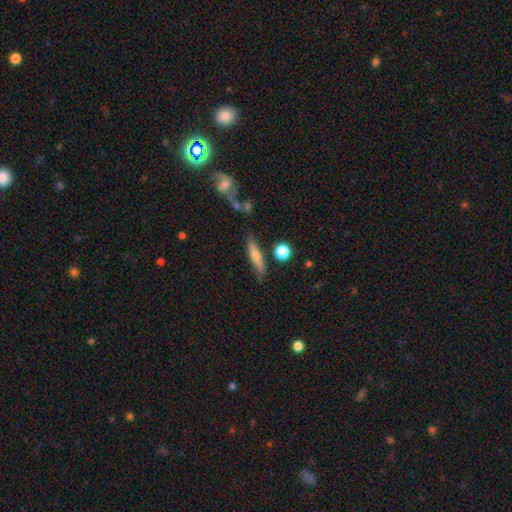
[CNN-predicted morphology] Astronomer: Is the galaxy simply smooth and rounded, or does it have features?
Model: smooth — 54% (runner-up: featured or disk, 38%).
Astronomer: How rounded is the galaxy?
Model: cigar-shaped — 78%.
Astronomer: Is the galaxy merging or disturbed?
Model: none — 77%.